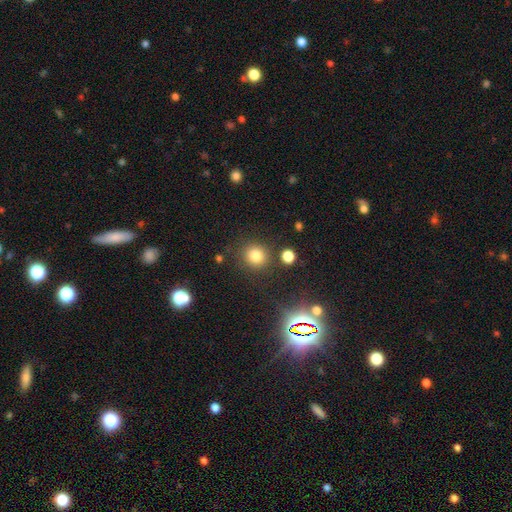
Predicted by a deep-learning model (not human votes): This appears to be a smooth galaxy with no disk features (78%) that is round (89%). Merging: none (83%).